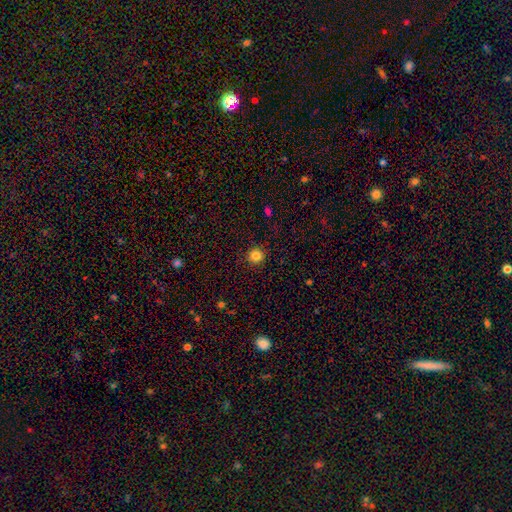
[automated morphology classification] A smooth galaxy with no disk features (84%) that is round (93%). Merging: none (91%).